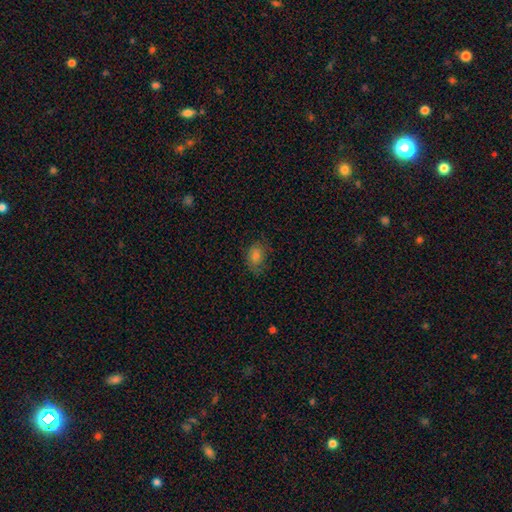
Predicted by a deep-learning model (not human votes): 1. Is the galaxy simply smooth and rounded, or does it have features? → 72% smooth, 15% star or artifact, 13% featured or disk.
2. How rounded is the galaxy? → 71% in between, 28% round, 1% cigar-shaped.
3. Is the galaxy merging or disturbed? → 69% none, 22% minor disturbance, 8% major disturbance, 1% merger.